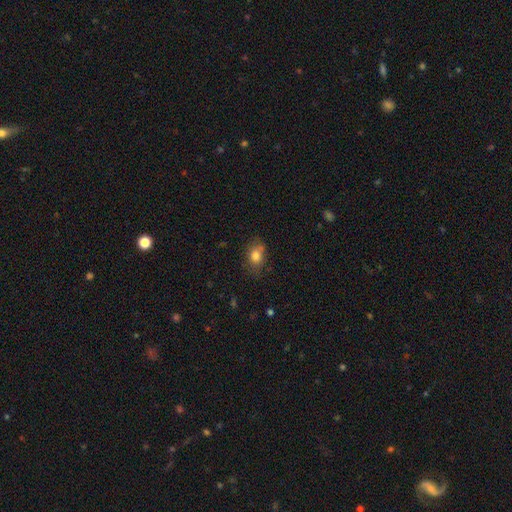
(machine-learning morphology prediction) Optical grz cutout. It shows a smooth galaxy with no disk features (80%) that is in between round and cigar-shaped (65%). Merging: none (63%).